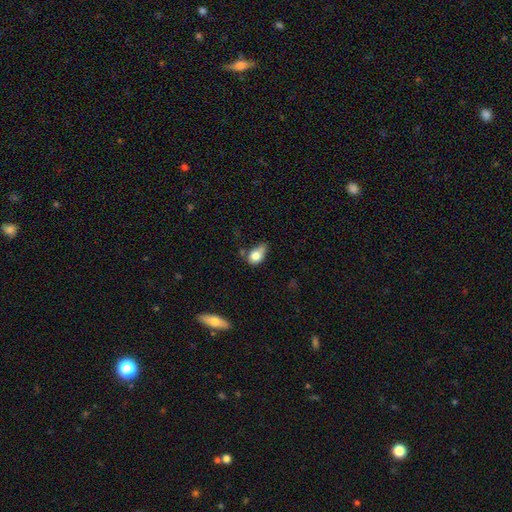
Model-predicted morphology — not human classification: Q: Smooth or featured?
A: smooth (78%); runner-up: featured or disk (13%)
Q: How rounded?
A: in between (69%); runner-up: round (28%)
Q: Merging?
A: minor disturbance (38%); runner-up: none (30%)